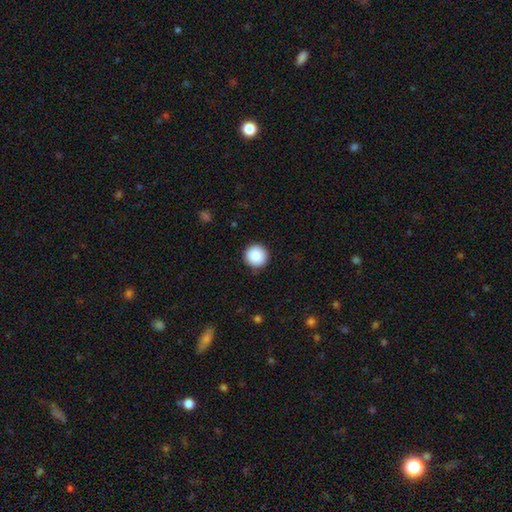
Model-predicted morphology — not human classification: smooth_or_featured: smooth (p=0.89) [alt: star or artifact p=0.08]
how_rounded: round (p=0.96) [alt: in between p=0.03]
merging: none (p=0.91) [alt: minor disturbance p=0.06]